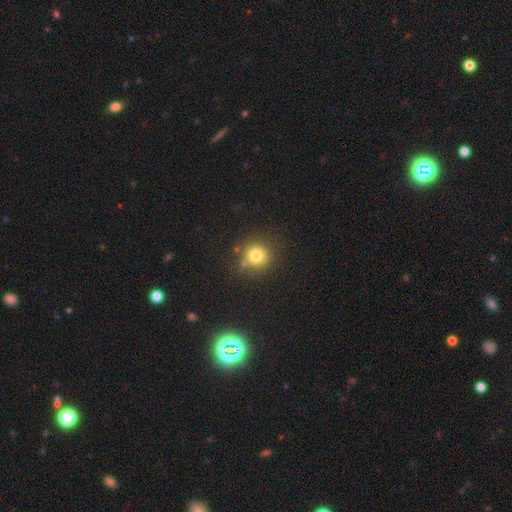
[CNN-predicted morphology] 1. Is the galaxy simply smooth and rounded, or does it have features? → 78% smooth, 14% star or artifact, 8% featured or disk.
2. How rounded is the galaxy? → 91% round, 8% in between, 1% cigar-shaped.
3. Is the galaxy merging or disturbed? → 78% none, 11% minor disturbance, 7% merger, 4% major disturbance.